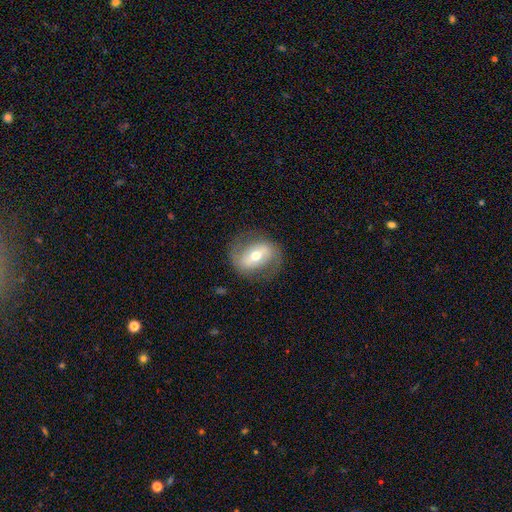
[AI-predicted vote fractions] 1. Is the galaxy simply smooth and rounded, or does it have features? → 67% featured or disk, 26% smooth, 7% star or artifact.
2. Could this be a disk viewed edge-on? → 93% no, 7% yes.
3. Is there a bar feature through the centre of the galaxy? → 48% strong, 32% weak, 20% no.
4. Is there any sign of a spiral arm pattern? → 73% yes, 27% no.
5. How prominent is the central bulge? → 63% moderate, 29% small, 6% large, 1% dominant, 1% none.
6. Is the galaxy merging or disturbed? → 77% none, 14% minor disturbance, 8% major disturbance, 1% merger.